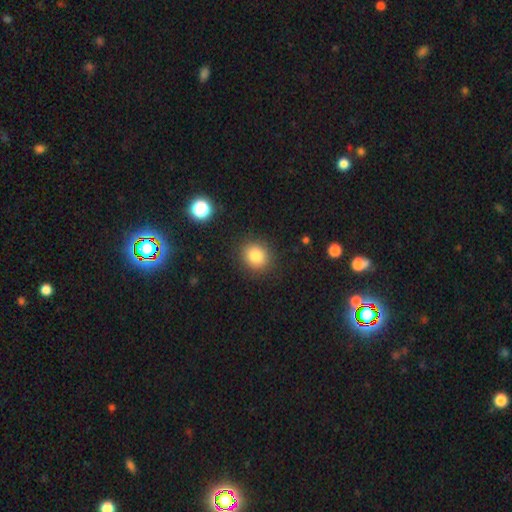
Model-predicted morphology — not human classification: Q: Smooth or featured?
A: smooth (83%); runner-up: star or artifact (11%)
Q: How rounded?
A: round (76%); runner-up: in between (23%)
Q: Merging?
A: none (89%); runner-up: minor disturbance (8%)